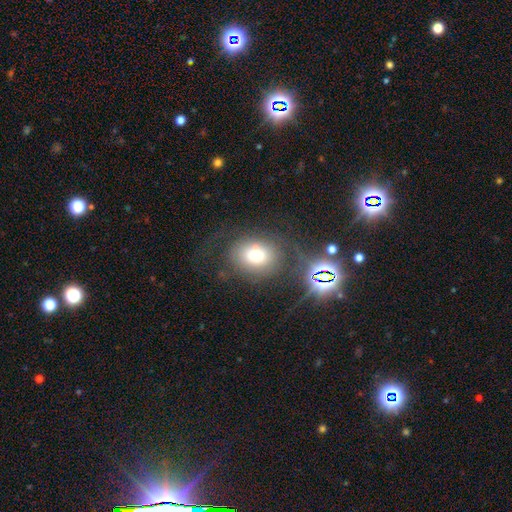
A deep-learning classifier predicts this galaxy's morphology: This appears to be a smooth galaxy with no disk features (63%) that is in between round and cigar-shaped (59%). Merging: none (61%).